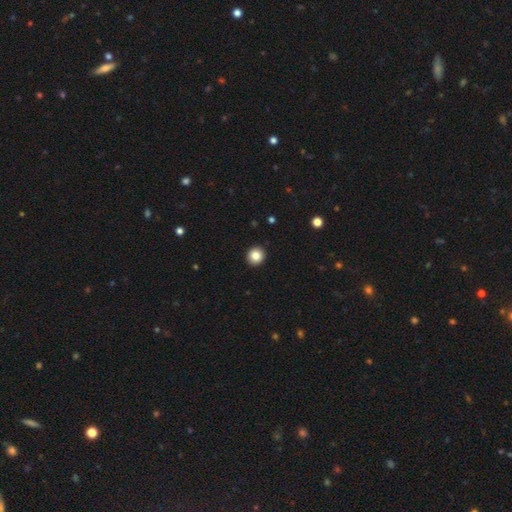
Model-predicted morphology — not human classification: Smooth or featured? Predicted: smooth (p=0.84). How rounded? Predicted: round (p=0.90). Merging? Predicted: none (p=0.93).